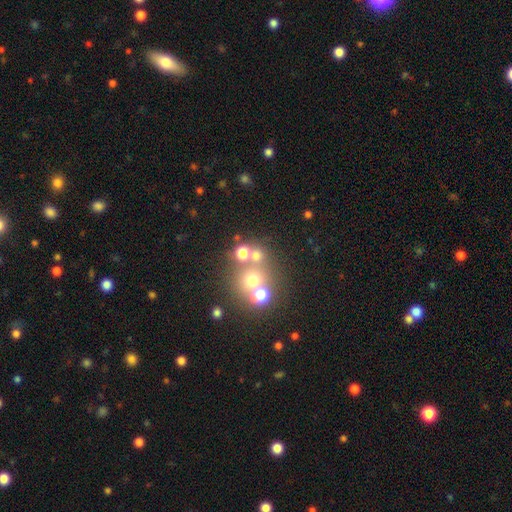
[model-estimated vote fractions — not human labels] Q: Smooth or featured?
A: smooth (59%); runner-up: star or artifact (24%)
Q: How rounded?
A: round (86%); runner-up: in between (13%)
Q: Merging?
A: none (56%); runner-up: merger (32%)